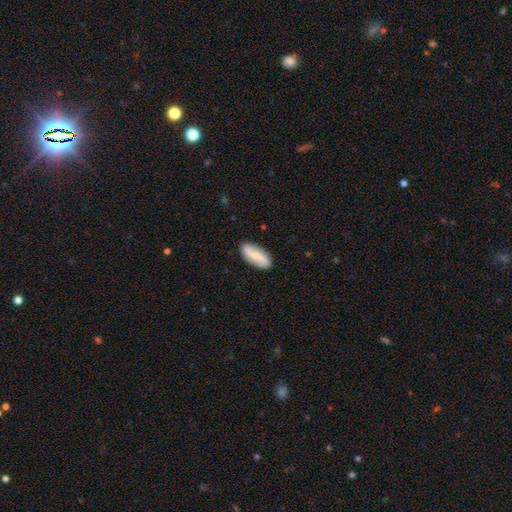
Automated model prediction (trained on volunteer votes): Smooth or featured? smooth (61%)
How rounded? in between (78%)
Merging? none (86%)